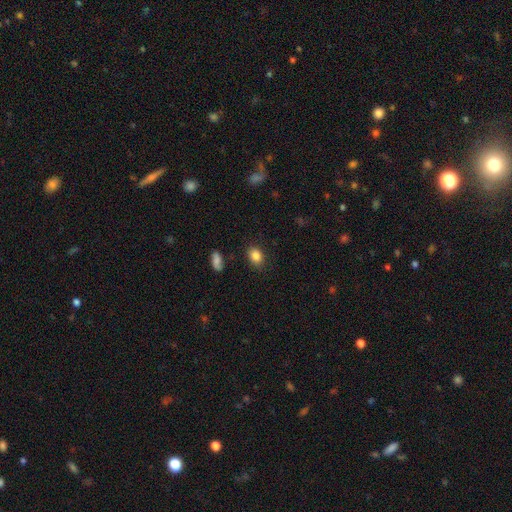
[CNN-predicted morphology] The model was most divided on "how rounded": in between: 66%, round: 32%, cigar-shaped: 1%. More confident: merging — none (85%); smooth or featured — smooth (85%).